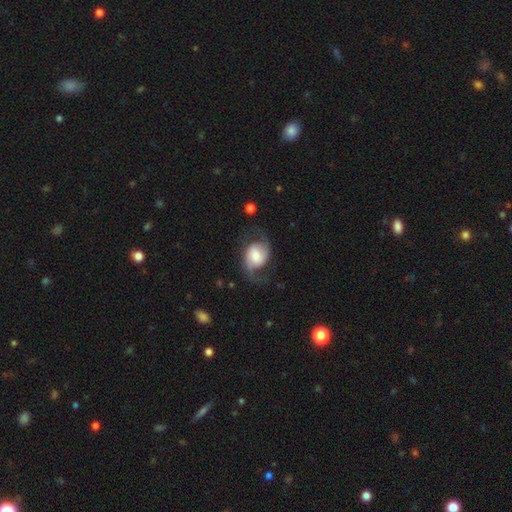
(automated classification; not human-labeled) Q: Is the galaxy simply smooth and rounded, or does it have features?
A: featured or disk — 73%.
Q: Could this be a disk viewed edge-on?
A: no — 97%.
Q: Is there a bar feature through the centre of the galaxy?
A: no — 45%.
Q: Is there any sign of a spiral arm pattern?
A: yes — 93%.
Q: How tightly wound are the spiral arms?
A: loose — 52%.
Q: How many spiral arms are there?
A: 2 — 90%.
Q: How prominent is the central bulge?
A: moderate — 30%, tied with large.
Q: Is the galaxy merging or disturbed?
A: none — 63%.